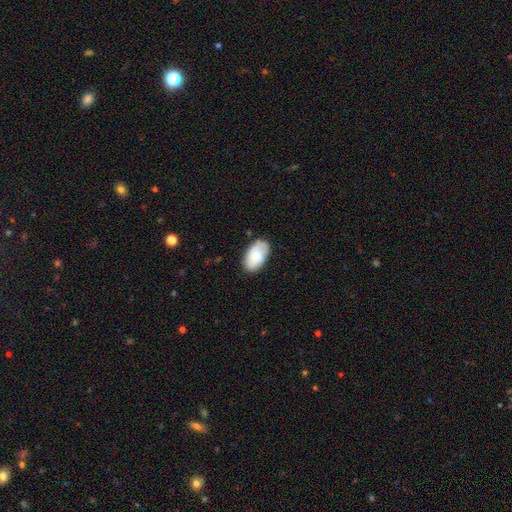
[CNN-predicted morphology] The model was most divided on "smooth or featured": smooth: 68%, featured or disk: 25%, star or artifact: 7%. More confident: how rounded — in between (94%); merging — none (74%).